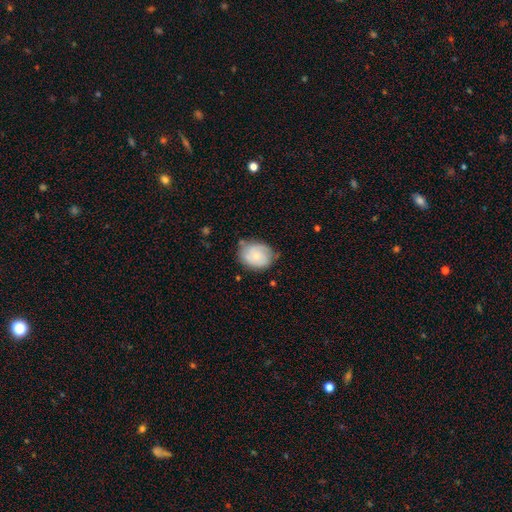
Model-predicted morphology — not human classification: A smooth galaxy with no disk features (62%) that is in between round and cigar-shaped (54%). Merging: none (62%).